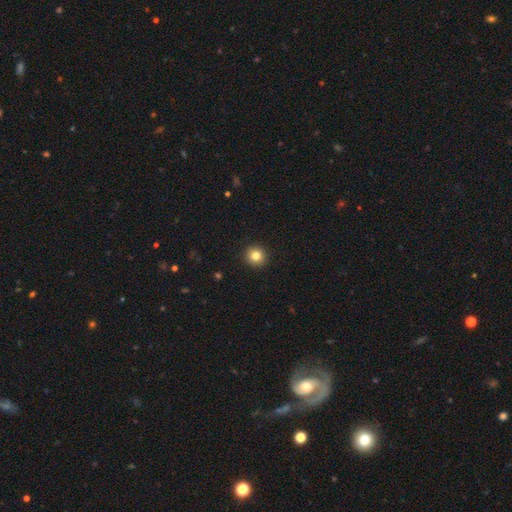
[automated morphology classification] This is clearly a smooth galaxy (83%). How rounded: clearly round (94%). Merging: clearly none (93%).